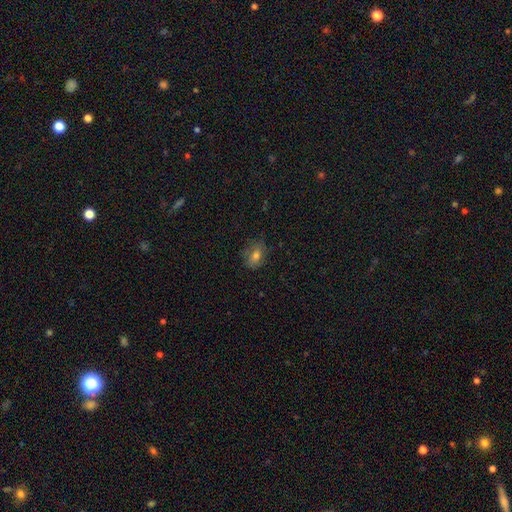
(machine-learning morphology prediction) Smooth or featured? smooth (70%)
How rounded? in between (69%)
Merging? none (73%)